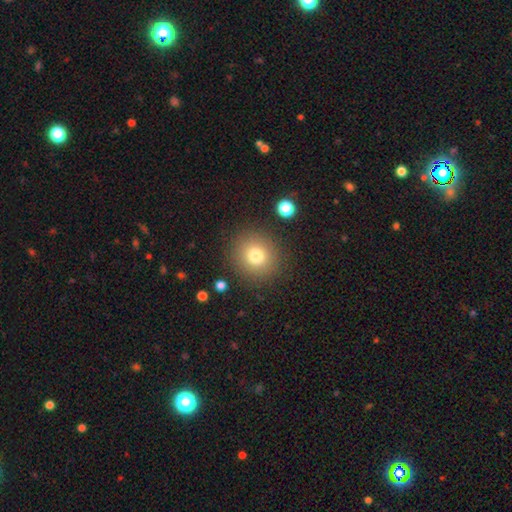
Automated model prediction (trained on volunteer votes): This appears to be a smooth galaxy with no disk features (77%) that is round (91%). Merging: none (87%).